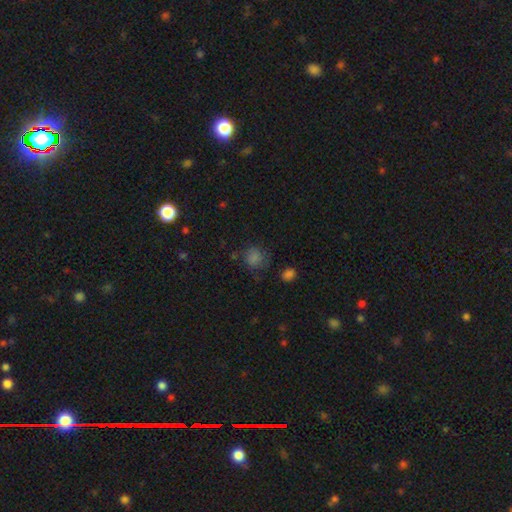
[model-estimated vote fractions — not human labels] Smooth or featured?
  - smooth: 62% *
  - star or artifact: 29%
  - featured or disk: 9%
How rounded?
  - round: 83% *
  - in between: 15%
  - cigar-shaped: 1%
Merging?
  - none: 75% *
  - minor disturbance: 15%
  - major disturbance: 7%
  - merger: 3%